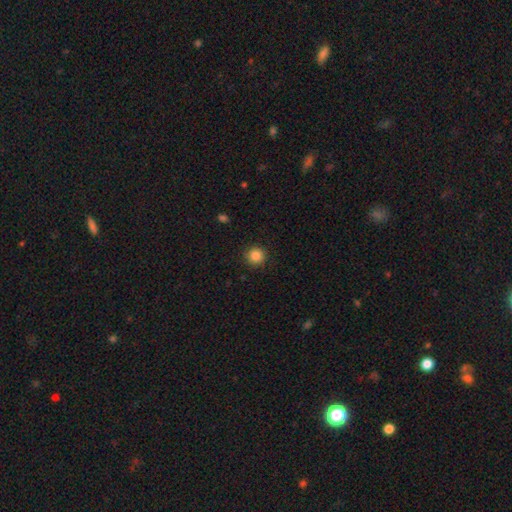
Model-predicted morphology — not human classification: Smooth or featured? Predicted: smooth (p=0.86). How rounded? Predicted: round (p=0.95). Merging? Predicted: none (p=0.91).